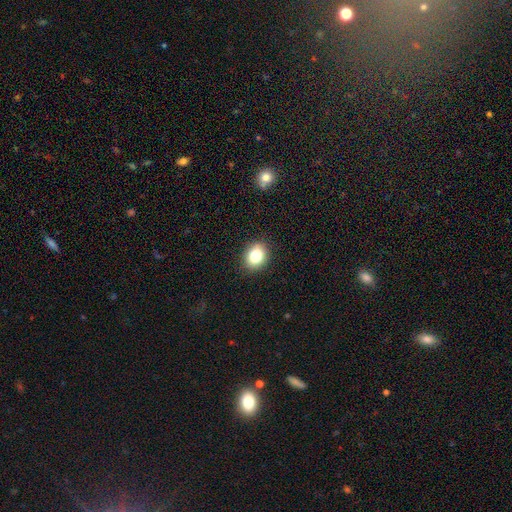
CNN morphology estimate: smooth 82%, star or artifact 10%, featured or disk 8%. Down the decision tree: how rounded — in between (54%); merging — none (88%).